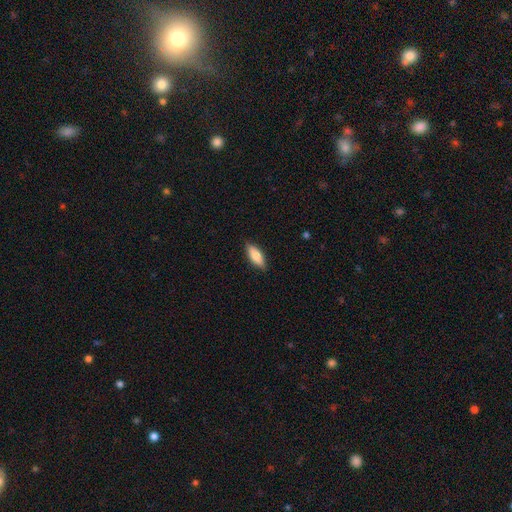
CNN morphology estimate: smooth-or-featured: smooth: 80% | featured or disk: 15% | star or artifact: 6%
  how-rounded: in between: 69% | cigar-shaped: 29% | round: 2%
  merging: none: 86% | minor disturbance: 11% | major disturbance: 2% | merger: 1%